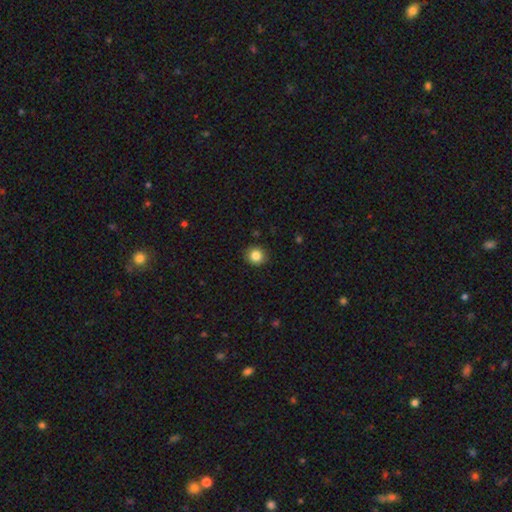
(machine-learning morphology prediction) The model was most divided on "smooth or featured": smooth: 85%, star or artifact: 10%, featured or disk: 5%. More confident: merging — none (90%); how rounded — round (87%).